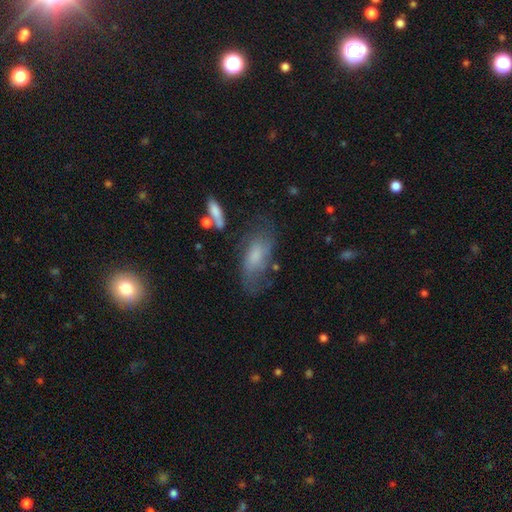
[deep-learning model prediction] smooth-or-featured: smooth: 53% | featured or disk: 38% | star or artifact: 9%
  how-rounded: in between: 83% | cigar-shaped: 13% | round: 4%
  merging: none: 53% | minor disturbance: 26% | major disturbance: 17% | merger: 5%